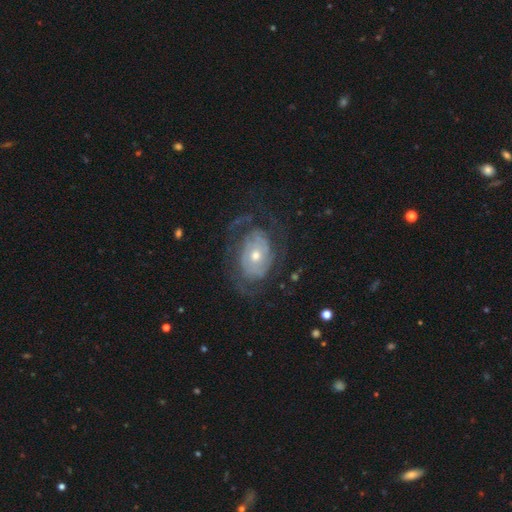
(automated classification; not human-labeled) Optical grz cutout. It shows a featured or disk galaxy (80%) with no bar (77%), tight (54%) spiral arms (82%) and a moderate central bulge (57%). Merging: none (61%).